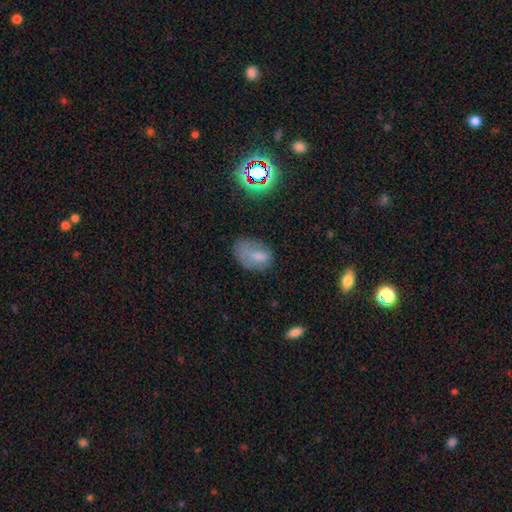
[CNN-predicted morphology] A smooth galaxy with no disk features (67%) that is in between round and cigar-shaped (84%).

Vote fractions:
- Smooth or featured? smooth: 67% / featured or disk: 18% / star or artifact: 15%
- How rounded? in between: 84% / round: 14% / cigar-shaped: 2%
- Merging? none: 45% / minor disturbance: 31% / major disturbance: 21% / merger: 3%